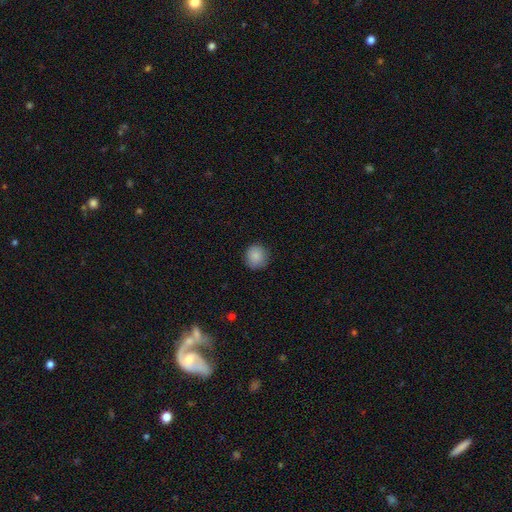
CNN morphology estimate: This is clearly a smooth galaxy (87%). How rounded: clearly round (92%). Merging: clearly none (88%).